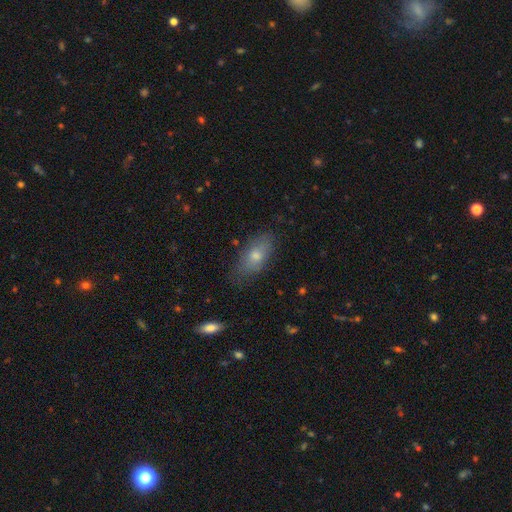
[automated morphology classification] Smooth or featured: smooth — 70% (featured or disk — 21%)
How rounded: in between — 84% (cigar-shaped — 11%)
Merging: none — 75% (minor disturbance — 19%)